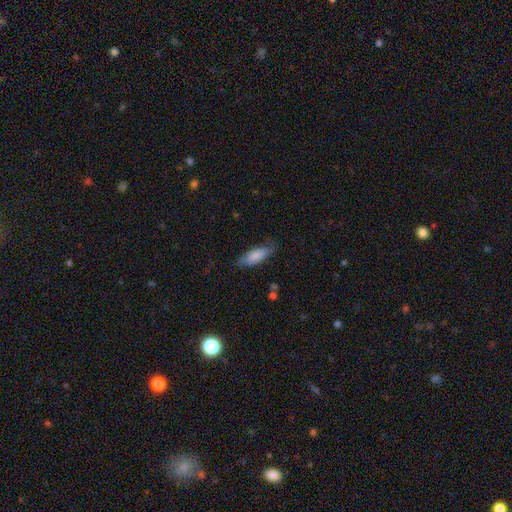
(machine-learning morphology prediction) smooth_or_featured: smooth (p=0.81) [alt: featured or disk p=0.13]
how_rounded: in between (p=0.66) [alt: cigar-shaped p=0.32]
merging: none (p=0.74) [alt: minor disturbance p=0.20]